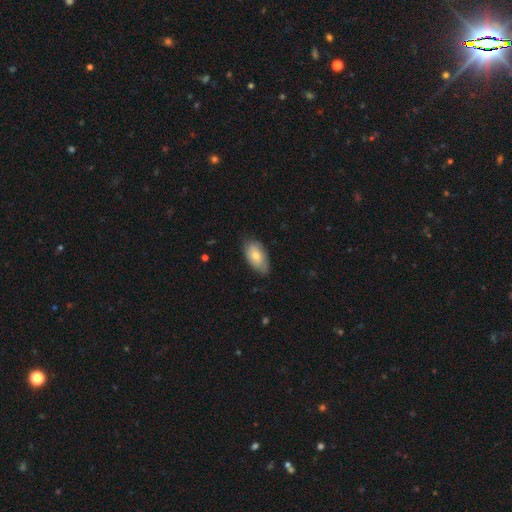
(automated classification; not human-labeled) Smooth or featured? Predicted: smooth (p=0.73). How rounded? Predicted: in between (p=0.93). Merging? Predicted: none (p=0.74).